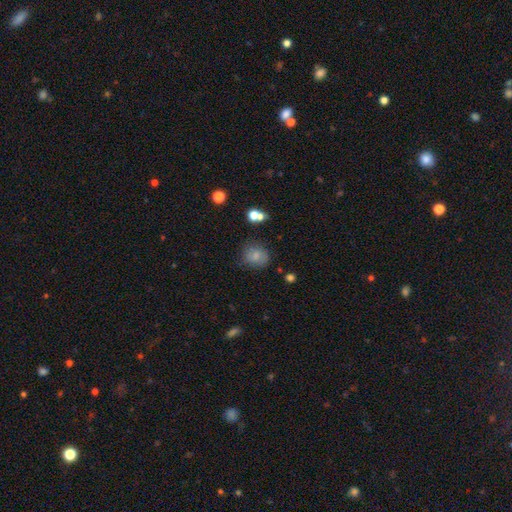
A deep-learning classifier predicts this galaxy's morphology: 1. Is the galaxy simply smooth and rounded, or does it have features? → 74% smooth, 14% featured or disk, 12% star or artifact.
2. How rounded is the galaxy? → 73% round, 26% in between, 1% cigar-shaped.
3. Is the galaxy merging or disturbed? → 72% none, 19% minor disturbance, 6% major disturbance, 4% merger.